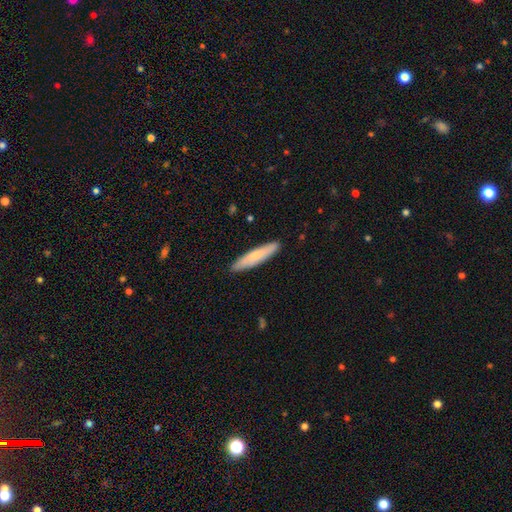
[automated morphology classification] Q: Smooth or featured?
A: smooth (68%); runner-up: featured or disk (27%)
Q: How rounded?
A: cigar-shaped (85%); runner-up: in between (14%)
Q: Merging?
A: none (89%); runner-up: minor disturbance (9%)